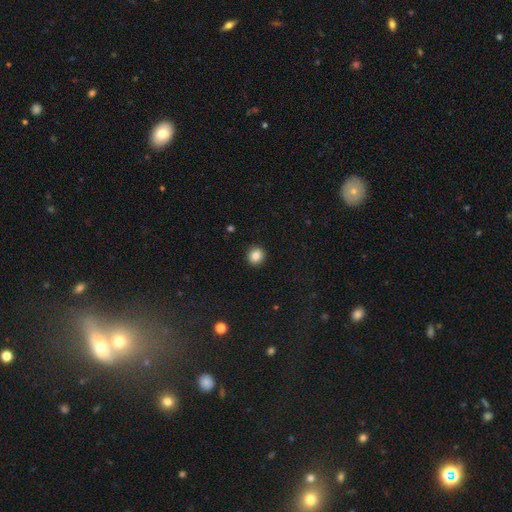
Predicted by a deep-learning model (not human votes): smooth_or_featured: smooth (p=0.85) [alt: star or artifact p=0.10]
how_rounded: round (p=0.92) [alt: in between p=0.07]
merging: none (p=0.93) [alt: minor disturbance p=0.05]